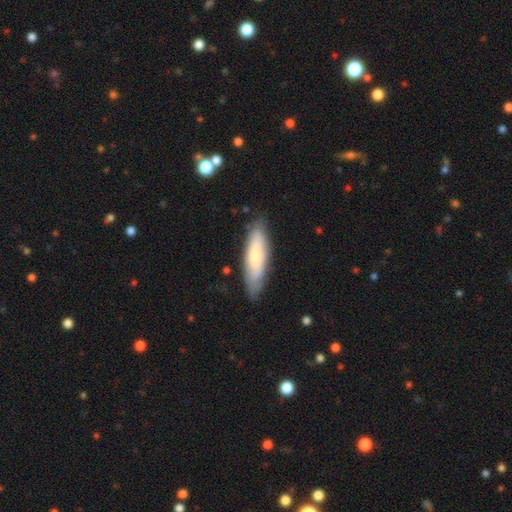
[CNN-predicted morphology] Smooth or featured?
  - smooth: 67% *
  - featured or disk: 27%
  - star or artifact: 6%
How rounded?
  - cigar-shaped: 62% *
  - in between: 37%
  - round: 1%
Merging?
  - none: 79% *
  - minor disturbance: 16%
  - major disturbance: 3%
  - merger: 2%